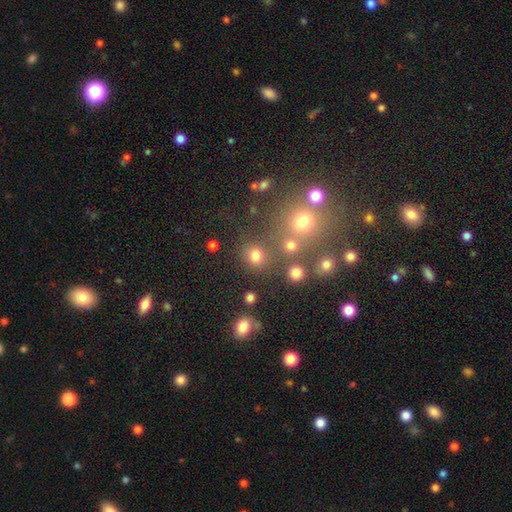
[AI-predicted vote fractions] smooth 76%, star or artifact 18%, featured or disk 7%. Down the decision tree: how rounded — round (81%); merging — none (73%).